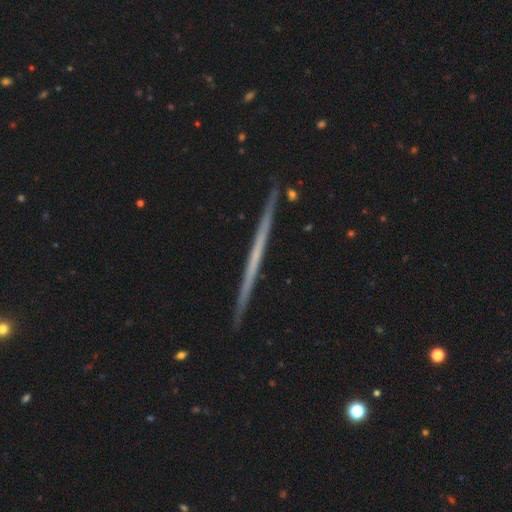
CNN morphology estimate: A featured or disk galaxy (67%) viewed edge-on (98%) with no central bulge (93%). Merging: none (93%).